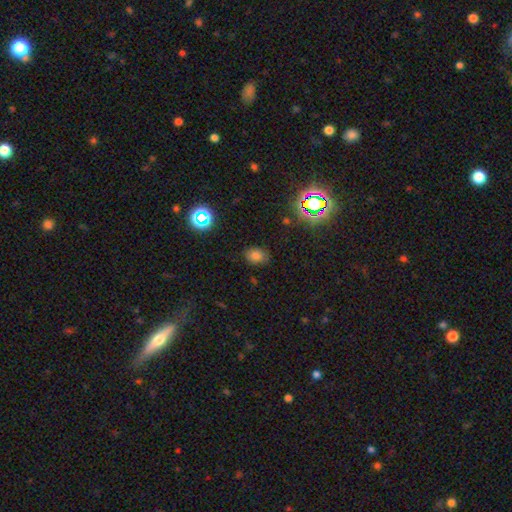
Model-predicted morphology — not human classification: smooth-or-featured: smooth: 74% | star or artifact: 20% | featured or disk: 6%
  how-rounded: in between: 63% | round: 36% | cigar-shaped: 1%
  merging: none: 81% | minor disturbance: 14% | major disturbance: 4% | merger: 2%